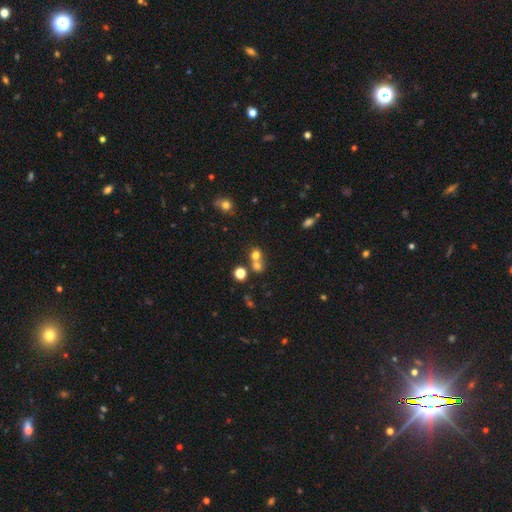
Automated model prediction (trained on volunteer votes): This is likely a smooth galaxy (69%). How rounded: clearly round (81%). Merging: possibly merger (49%).